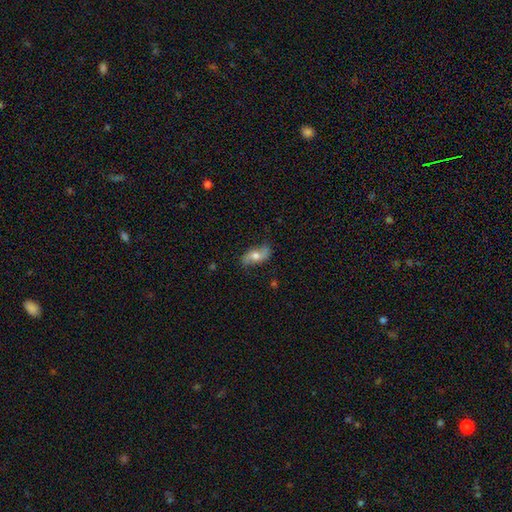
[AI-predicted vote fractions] A featured or disk galaxy (58%) with no bar (68%), spiral arms (86%) and a moderate central bulge (69%).

Vote fractions:
- Smooth or featured? featured or disk: 58% / smooth: 34% / star or artifact: 8%
- Edge-on disk? no: 88% / yes: 12%
- Bar? no: 68% / weak: 24% / strong: 8%
- Spiral arms? yes: 86% / no: 14%
- Bulge size? moderate: 69% / small: 15% / large: 12% / none: 2% / dominant: 2%
- Merging? none: 75% / minor disturbance: 18% / major disturbance: 5% / merger: 2%